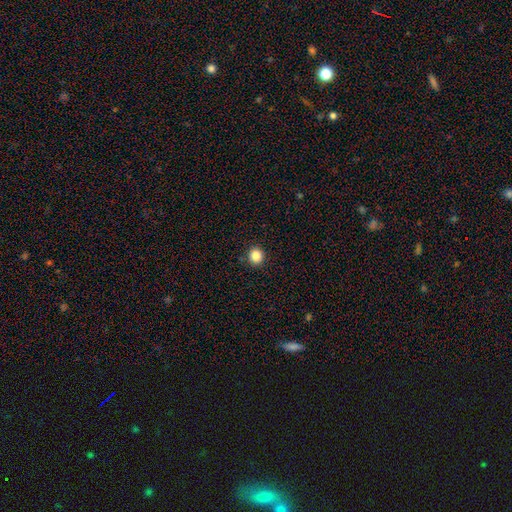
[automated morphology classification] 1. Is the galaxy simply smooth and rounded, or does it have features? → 85% smooth, 11% star or artifact, 4% featured or disk.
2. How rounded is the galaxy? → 89% round, 11% in between, 1% cigar-shaped.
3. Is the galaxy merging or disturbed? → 90% none, 6% minor disturbance, 2% major disturbance, 1% merger.